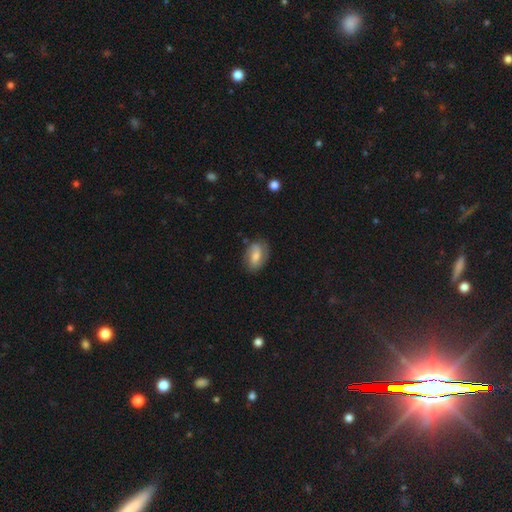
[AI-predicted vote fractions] Morphology: type=featured or disk (49%); merging=none (75%).